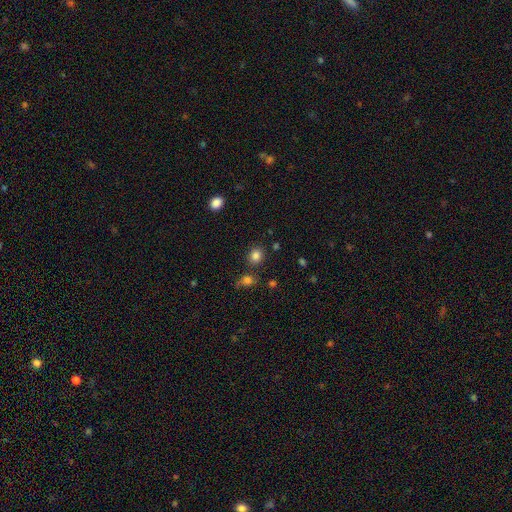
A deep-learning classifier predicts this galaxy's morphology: A smooth galaxy with no disk features (82%) that is round (80%).

Vote fractions:
- Smooth or featured? smooth: 82% / star or artifact: 13% / featured or disk: 5%
- How rounded? round: 80% / in between: 19% / cigar-shaped: 1%
- Merging? none: 82% / minor disturbance: 9% / merger: 7% / major disturbance: 3%